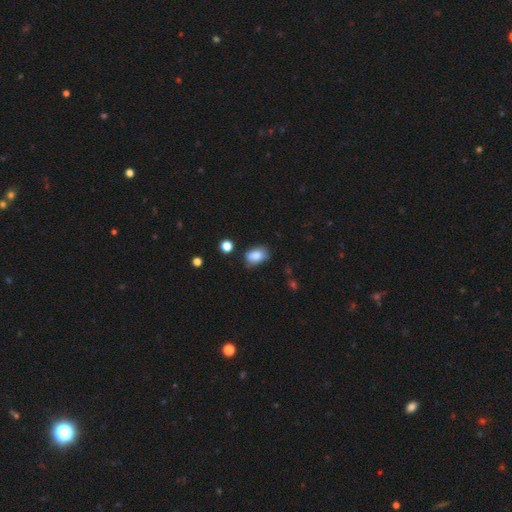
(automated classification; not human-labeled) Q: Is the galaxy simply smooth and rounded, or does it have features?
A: smooth — 85%.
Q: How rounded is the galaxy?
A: in between — 83%.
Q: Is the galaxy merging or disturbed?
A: none — 66%.